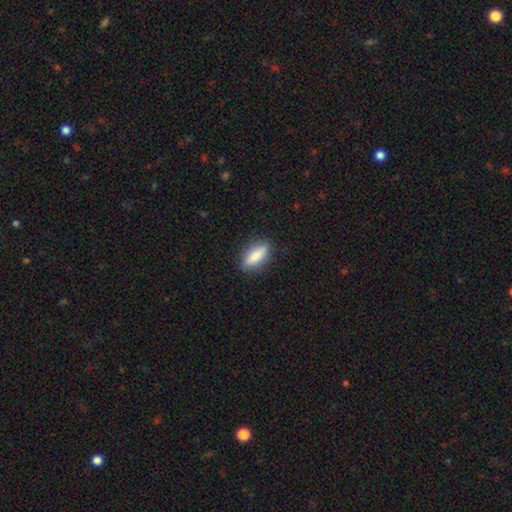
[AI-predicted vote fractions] Smooth or featured? Predicted: smooth (p=0.80). How rounded? Predicted: in between (p=0.58). Merging? Predicted: none (p=0.86).